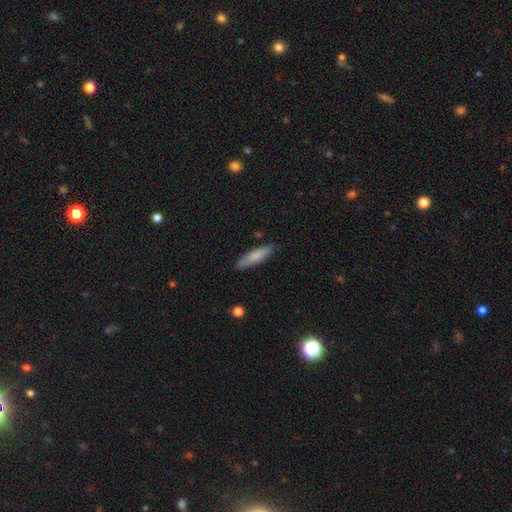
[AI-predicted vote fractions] smooth 77%, featured or disk 17%, star or artifact 6%. Down the decision tree: how rounded — cigar-shaped (68%); merging — none (83%).